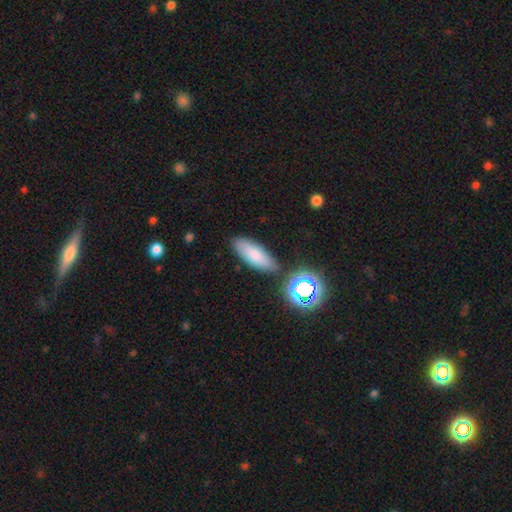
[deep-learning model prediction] Smooth or featured? smooth (79%)
How rounded? in between (70%)
Merging? none (81%)